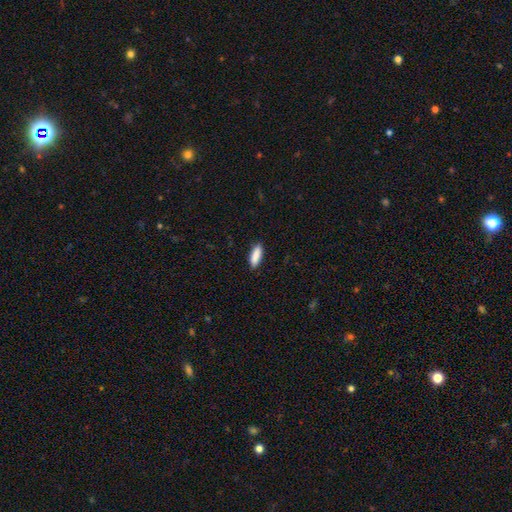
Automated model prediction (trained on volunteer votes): Smooth or featured?
  - smooth: 89% *
  - star or artifact: 6%
  - featured or disk: 5%
How rounded?
  - in between: 51% *
  - cigar-shaped: 47%
  - round: 2%
Merging?
  - none: 89% *
  - minor disturbance: 8%
  - major disturbance: 2%
  - merger: 1%